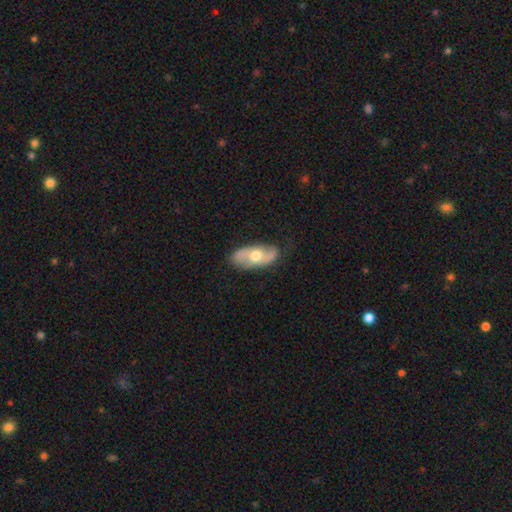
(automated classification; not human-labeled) Smooth or featured? featured or disk (57%)
Edge-on disk? no (85%)
Merging? none (78%)